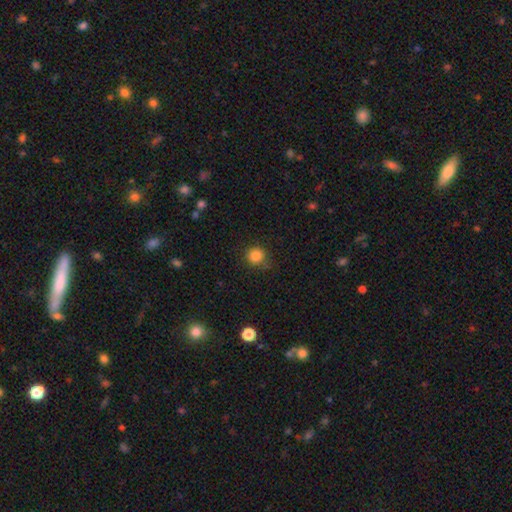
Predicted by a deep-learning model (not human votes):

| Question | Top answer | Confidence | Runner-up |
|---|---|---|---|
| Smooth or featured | smooth | 84% | star or artifact (12%) |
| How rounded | round | 92% | in between (7%) |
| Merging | none | 82% | minor disturbance (12%) |